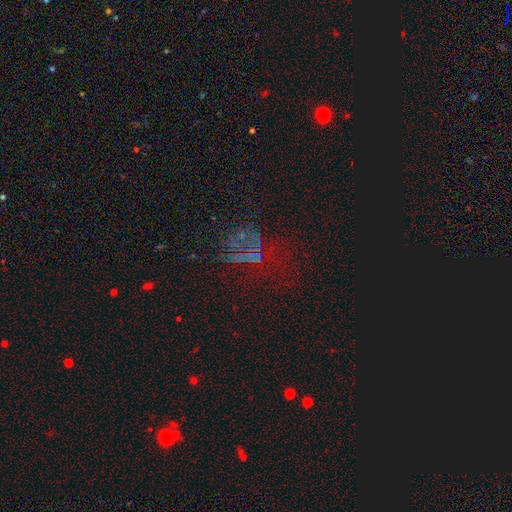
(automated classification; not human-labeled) A star or artifact, not a galaxy (59%).